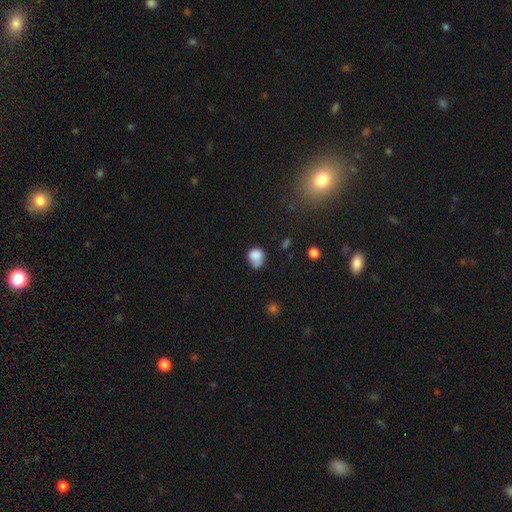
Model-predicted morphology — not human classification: A smooth galaxy with no disk features (82%) that is round (59%). Merging: none (45%).